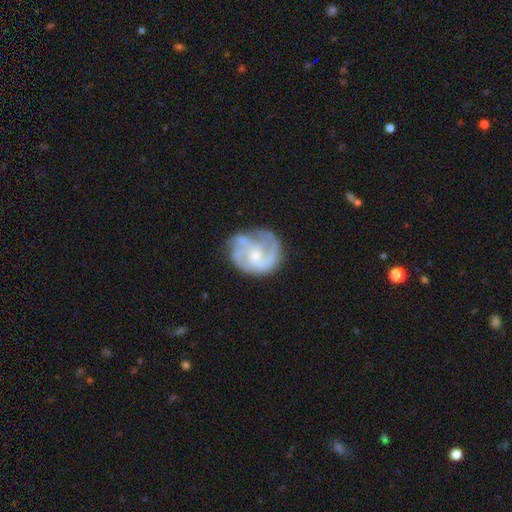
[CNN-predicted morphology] smooth_or_featured: featured or disk (p=0.84) [alt: smooth p=0.11]
disk_edge_on: no (p=0.98) [alt: yes p=0.02]
bar: no (p=0.65) [alt: weak p=0.30]
has_spiral_arms: yes (p=0.94) [alt: no p=0.06]
spiral_winding: medium (p=0.47) [alt: tight p=0.37]
spiral_arm_count: 3 (p=0.39) [alt: 2 p=0.28]
bulge_size: small (p=0.59) [alt: moderate p=0.33]
merging: none (p=0.62) [alt: minor disturbance p=0.22]